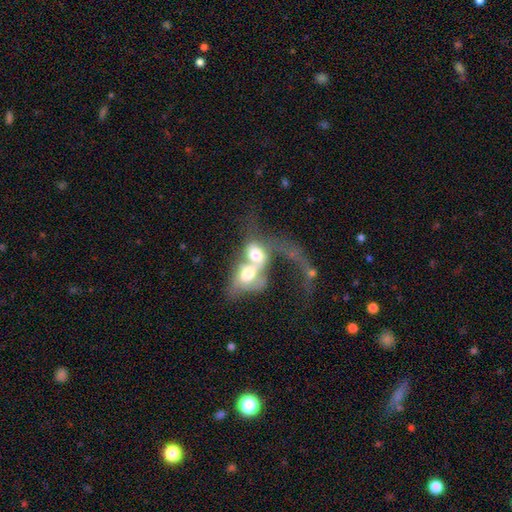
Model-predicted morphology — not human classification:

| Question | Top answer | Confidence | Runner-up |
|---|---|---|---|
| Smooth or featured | smooth | 47% | featured or disk (43%) |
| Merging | merger | 80% | major disturbance (12%) |